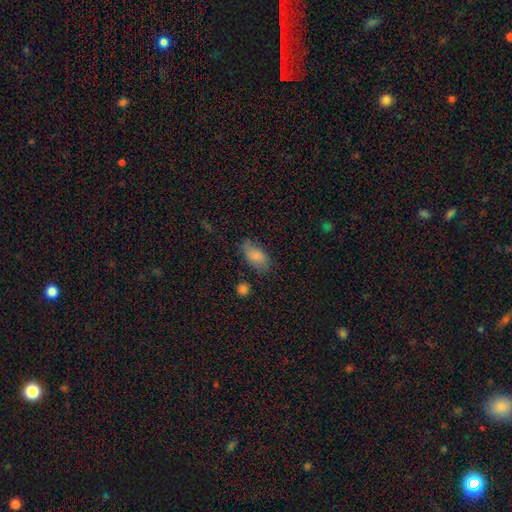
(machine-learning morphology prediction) The model was most divided on "merging": none: 68%, minor disturbance: 23%, major disturbance: 6%, merger: 3%. More confident: how rounded — in between (91%); smooth or featured — smooth (79%).